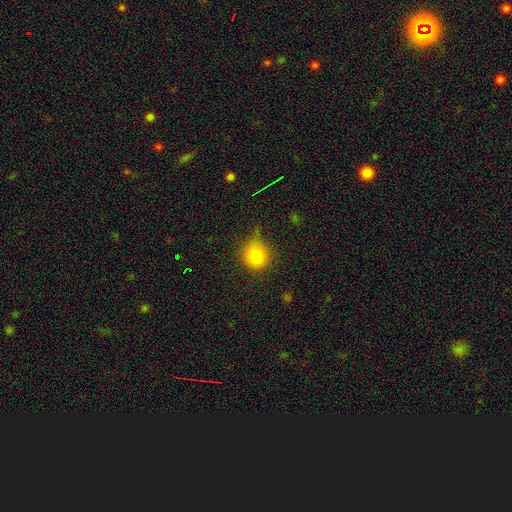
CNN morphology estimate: This is likely a smooth galaxy (79%). How rounded: clearly round (89%). Merging: likely none (71%).